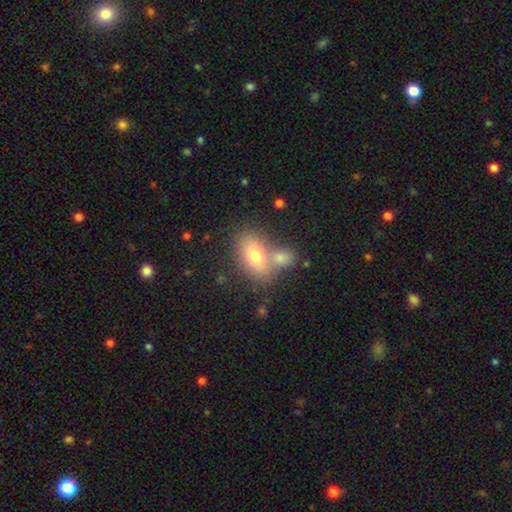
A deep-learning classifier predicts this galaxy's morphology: Overall: smooth (71%). How rounded: in between (80%). Merging: none (45%; merger 39%).